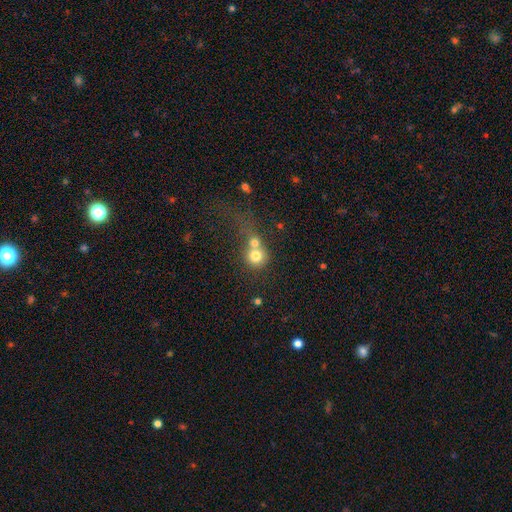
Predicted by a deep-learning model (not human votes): The model was most divided on "merging": merger: 59%, none: 29%, minor disturbance: 6%, major disturbance: 6%. More confident: how rounded — round (85%); smooth or featured — smooth (73%).